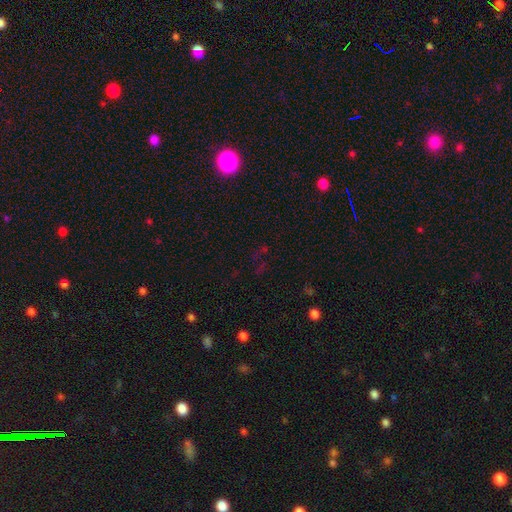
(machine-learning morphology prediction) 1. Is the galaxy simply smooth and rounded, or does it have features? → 65% star or artifact, 25% smooth, 10% featured or disk.